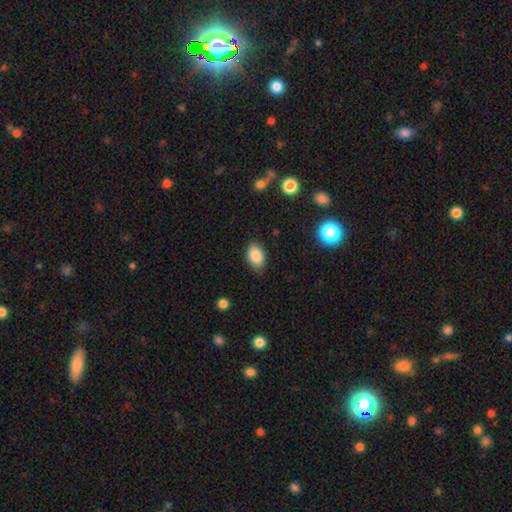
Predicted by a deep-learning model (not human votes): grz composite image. It shows a smooth galaxy with no disk features (86%) that is in between round and cigar-shaped (89%). Merging: none (85%).